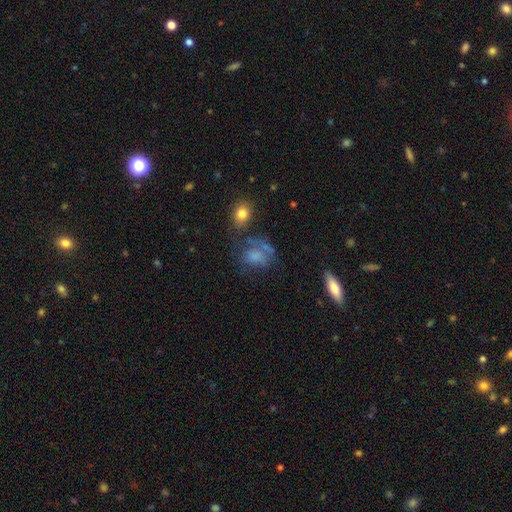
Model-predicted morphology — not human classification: Smooth or featured?
  - smooth: 62% *
  - featured or disk: 23%
  - star or artifact: 15%
How rounded?
  - in between: 58% *
  - round: 40%
  - cigar-shaped: 2%
Merging?
  - none: 39% *
  - major disturbance: 24%
  - minor disturbance: 23%
  - merger: 14%